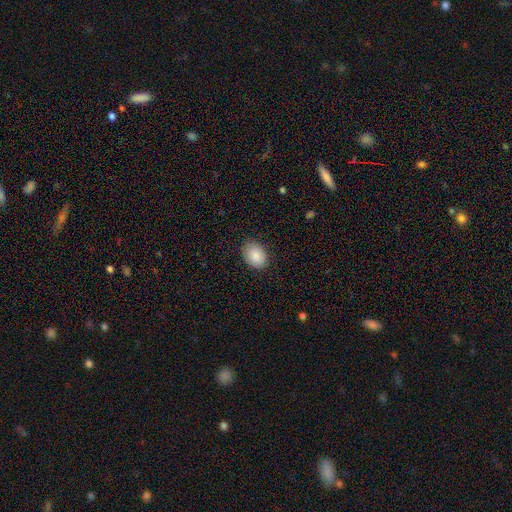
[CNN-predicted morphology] Q: Smooth or featured?
A: smooth (88%); runner-up: star or artifact (7%)
Q: How rounded?
A: in between (75%); runner-up: round (24%)
Q: Merging?
A: none (84%); runner-up: minor disturbance (12%)